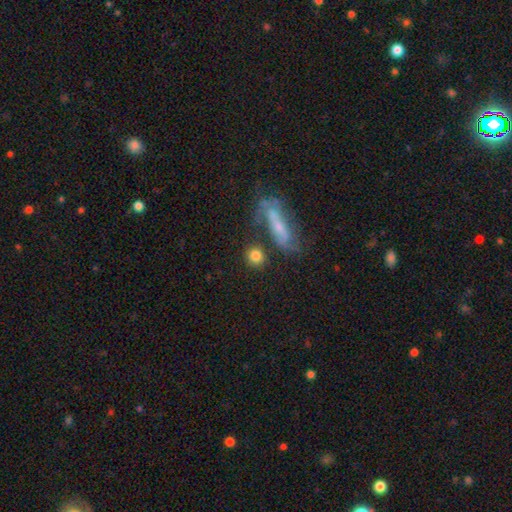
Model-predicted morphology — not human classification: smooth_or_featured: smooth (p=0.80) [alt: featured or disk p=0.11]
how_rounded: round (p=0.85) [alt: in between p=0.11]
merging: none (p=0.72) [alt: merger p=0.12]